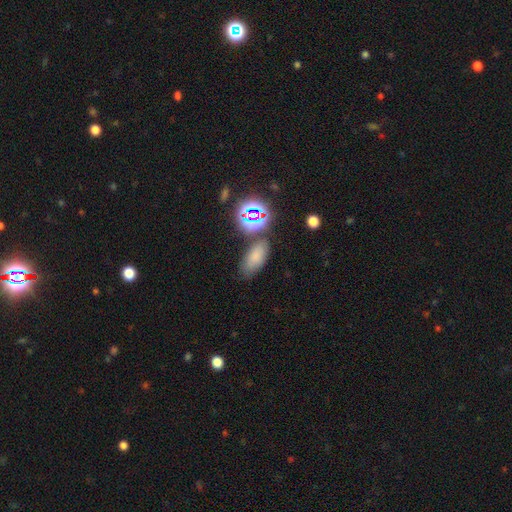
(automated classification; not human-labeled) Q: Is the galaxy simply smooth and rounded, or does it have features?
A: smooth — 69%.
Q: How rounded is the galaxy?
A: in between — 86%.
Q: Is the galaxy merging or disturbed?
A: none — 73%.